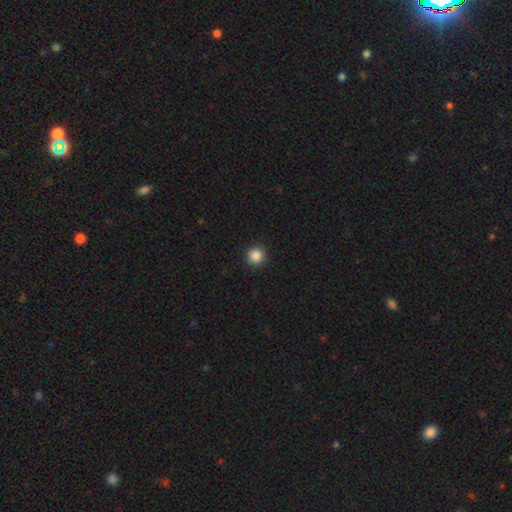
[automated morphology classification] The model was most divided on "smooth or featured": smooth: 87%, star or artifact: 10%, featured or disk: 3%. More confident: how rounded — round (95%); merging — none (92%).